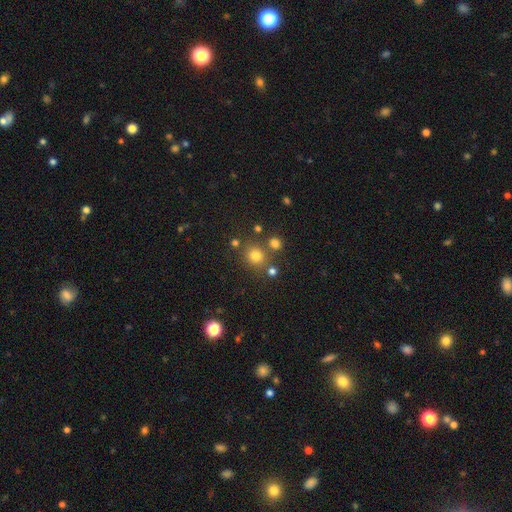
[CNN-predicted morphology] smooth-or-featured: smooth: 75% | star or artifact: 18% | featured or disk: 7%
  how-rounded: round: 86% | in between: 13% | cigar-shaped: 1%
  merging: none: 75% | merger: 11% | minor disturbance: 10% | major disturbance: 4%